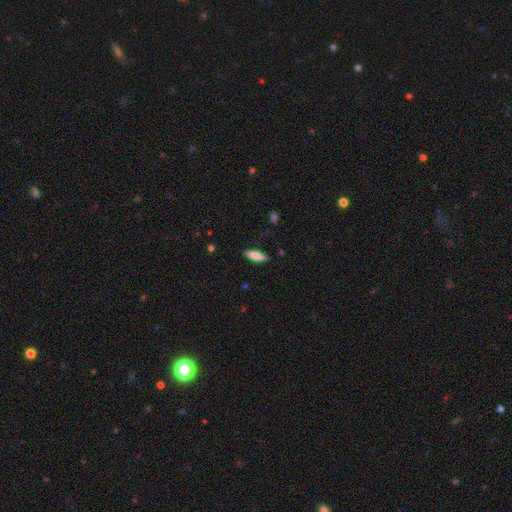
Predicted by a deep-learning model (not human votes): A smooth galaxy with no disk features (80%) that is cigar-shaped (62%). Merging: none (88%).